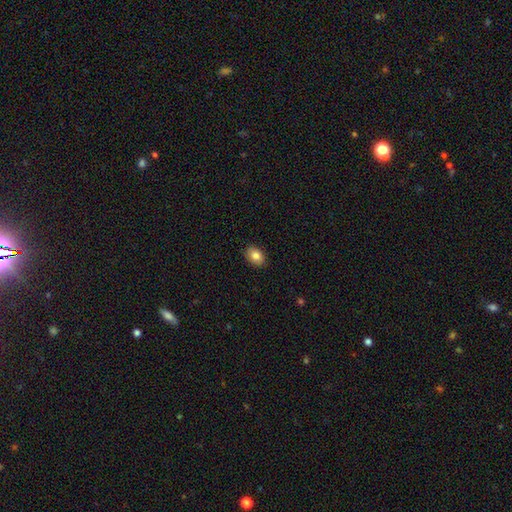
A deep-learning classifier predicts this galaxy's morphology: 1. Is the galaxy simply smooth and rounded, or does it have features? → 85% smooth, 8% star or artifact, 7% featured or disk.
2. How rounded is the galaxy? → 80% in between, 19% round, 1% cigar-shaped.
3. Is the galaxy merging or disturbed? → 89% none, 8% minor disturbance, 2% major disturbance, 1% merger.